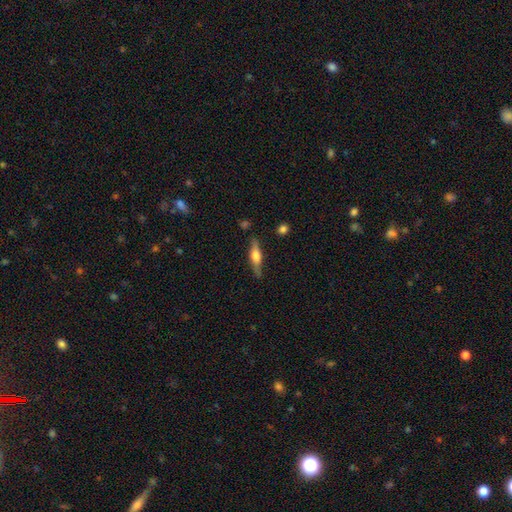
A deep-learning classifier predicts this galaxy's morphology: Overall: featured or disk (54%; smooth 40%). Edge-on disk: yes (93%). Merging: none (79%).